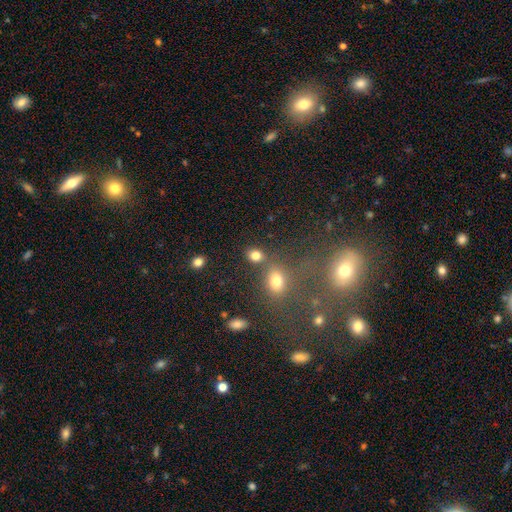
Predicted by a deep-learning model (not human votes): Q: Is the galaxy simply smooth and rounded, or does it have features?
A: smooth — 80%.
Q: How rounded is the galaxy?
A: round — 60%.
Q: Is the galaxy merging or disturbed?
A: none — 68%.